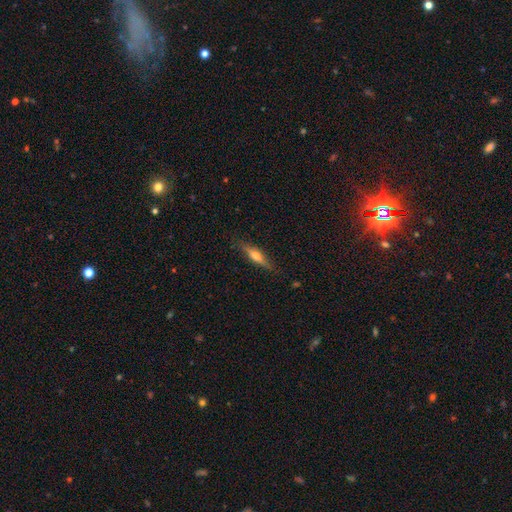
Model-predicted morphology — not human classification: A featured or disk galaxy (48%). Merging: none (83%).